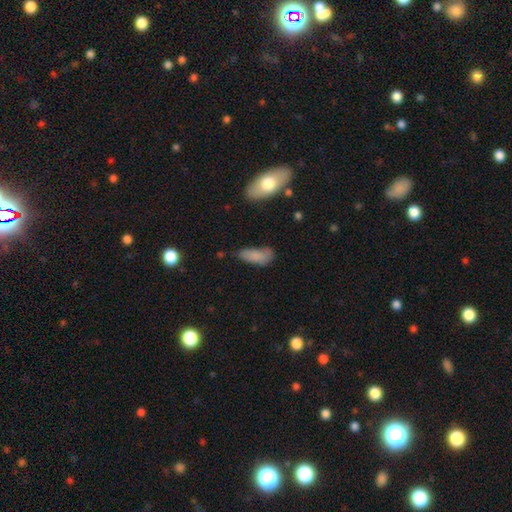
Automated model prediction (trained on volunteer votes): smooth_or_featured: smooth (p=0.81) [alt: featured or disk p=0.11]
how_rounded: in between (p=0.74) [alt: cigar-shaped p=0.24]
merging: none (p=0.48) [alt: minor disturbance p=0.34]